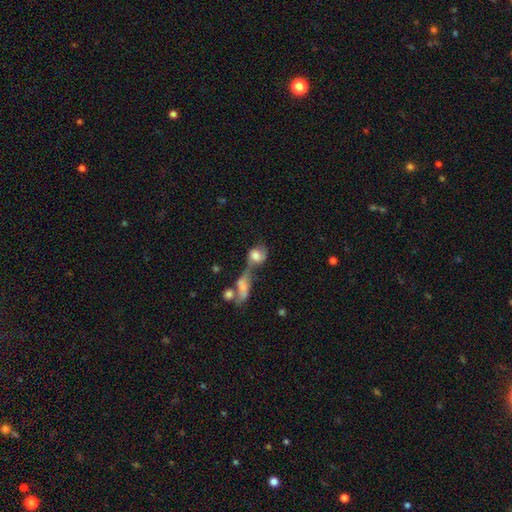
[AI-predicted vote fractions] A smooth galaxy with no disk features (63%) that is round (54%). Merging: merger (62%).